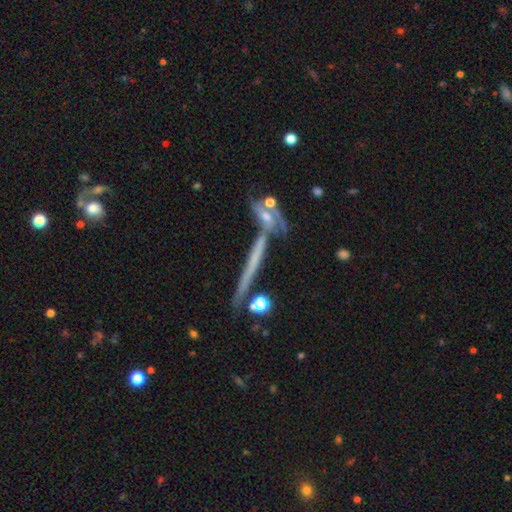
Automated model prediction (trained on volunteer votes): Morphology: type=featured or disk (55%); edge-on=yes (87%); merging=none (64%).